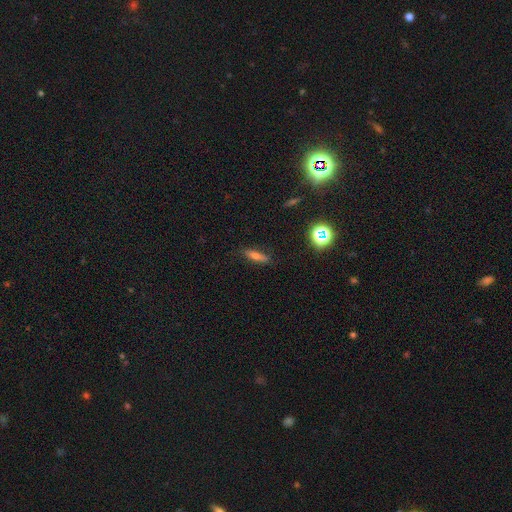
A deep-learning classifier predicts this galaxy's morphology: A smooth galaxy with no disk features (63%) that is cigar-shaped (68%). Merging: none (84%).